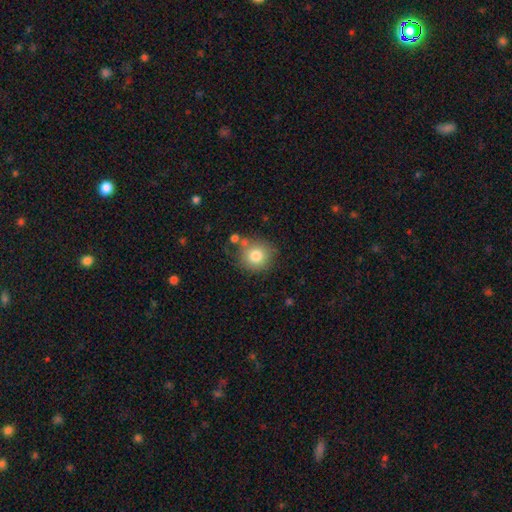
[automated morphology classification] Smooth or featured? smooth (79%)
How rounded? round (89%)
Merging? none (74%)